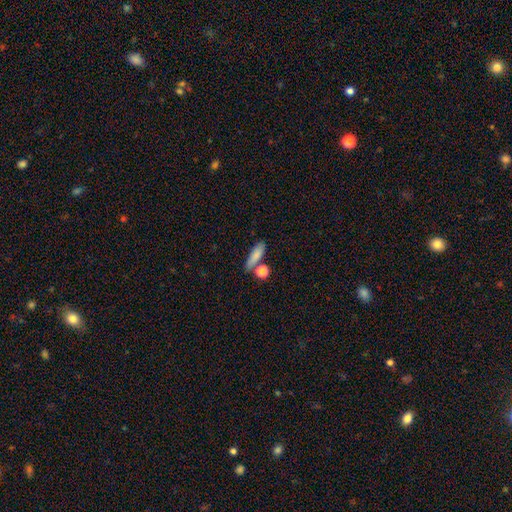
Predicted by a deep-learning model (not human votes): Q: Smooth or featured?
A: smooth (81%); runner-up: featured or disk (10%)
Q: How rounded?
A: cigar-shaped (46%); runner-up: in between (45%)
Q: Merging?
A: none (66%); runner-up: merger (16%)